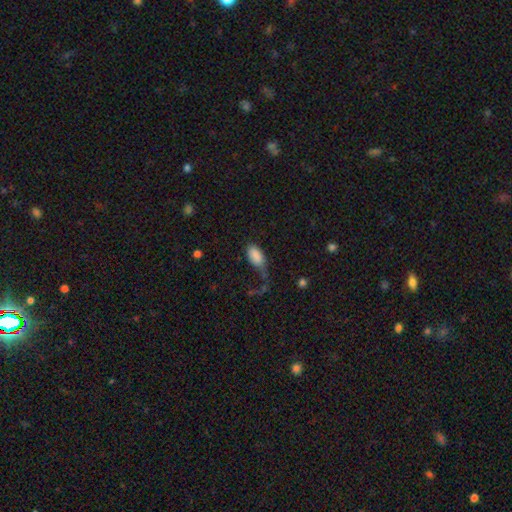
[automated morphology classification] This appears to be a smooth galaxy with no disk features (84%) that is in between round and cigar-shaped (94%). Merging: major disturbance (41%).